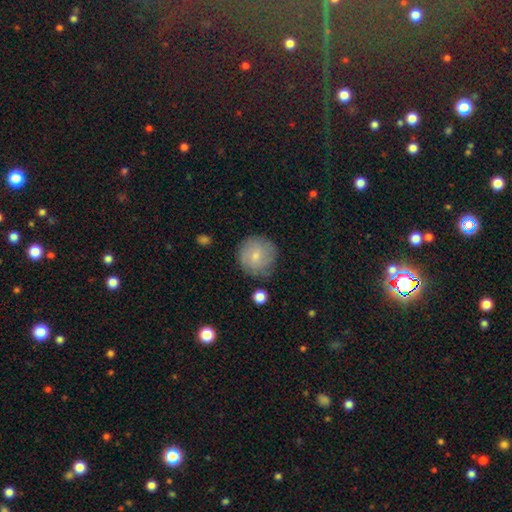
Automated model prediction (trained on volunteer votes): Overall: smooth (67%). How rounded: round (93%). Merging: none (79%).